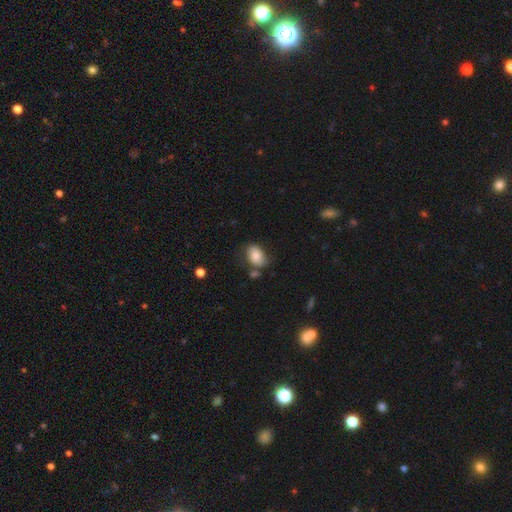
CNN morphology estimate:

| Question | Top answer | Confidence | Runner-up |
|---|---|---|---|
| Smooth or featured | smooth | 78% | featured or disk (15%) |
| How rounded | in between | 83% | round (16%) |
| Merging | none | 63% | minor disturbance (22%) |